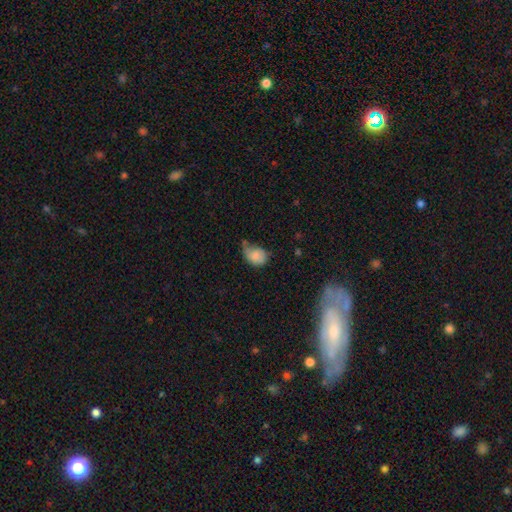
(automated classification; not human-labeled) Smooth or featured?
  - smooth: 78% *
  - featured or disk: 14%
  - star or artifact: 9%
How rounded?
  - in between: 67% *
  - round: 32%
  - cigar-shaped: 1%
Merging?
  - minor disturbance: 38% *
  - none: 32%
  - major disturbance: 23%
  - merger: 7%